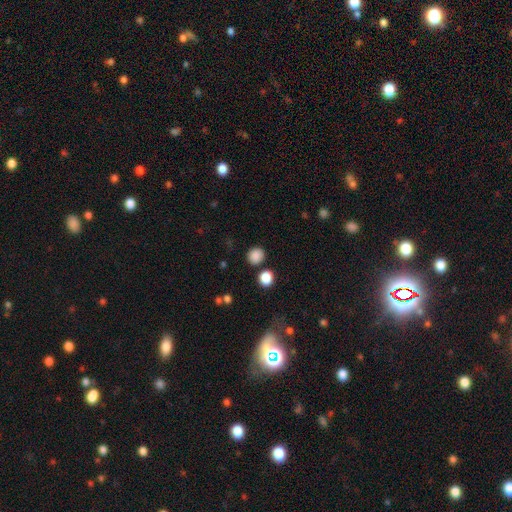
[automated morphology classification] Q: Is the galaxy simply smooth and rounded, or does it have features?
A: smooth — 85%.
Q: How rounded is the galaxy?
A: round — 81%.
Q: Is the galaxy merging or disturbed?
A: none — 83%.